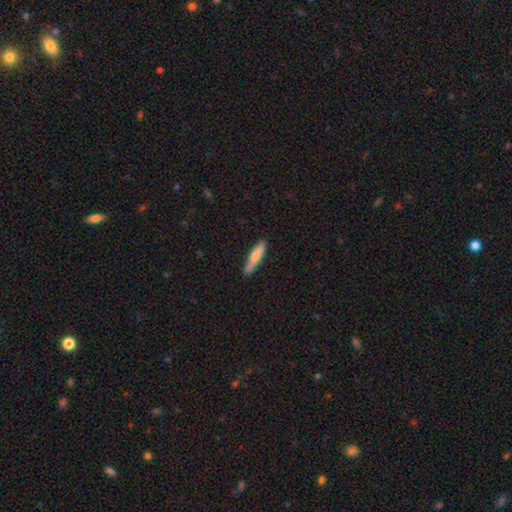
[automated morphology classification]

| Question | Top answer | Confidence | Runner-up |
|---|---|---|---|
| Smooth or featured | smooth | 75% | featured or disk (19%) |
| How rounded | cigar-shaped | 83% | in between (16%) |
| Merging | none | 78% | minor disturbance (18%) |